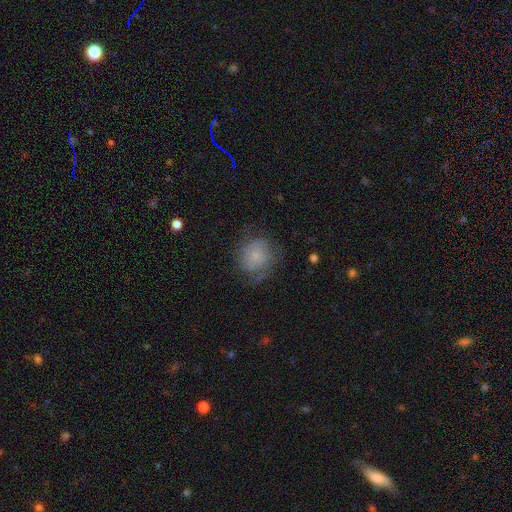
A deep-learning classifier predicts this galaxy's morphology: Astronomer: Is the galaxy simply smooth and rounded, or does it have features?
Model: smooth — 47% (runner-up: featured or disk, 45%).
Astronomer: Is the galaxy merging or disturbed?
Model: none — 57%.